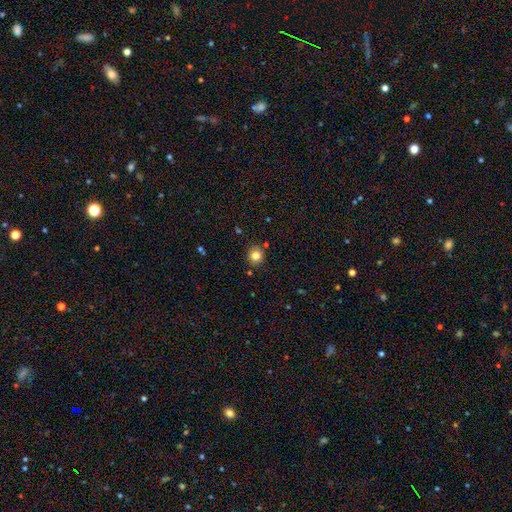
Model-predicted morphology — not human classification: Overall: smooth (81%). How rounded: round (89%). Merging: none (86%).